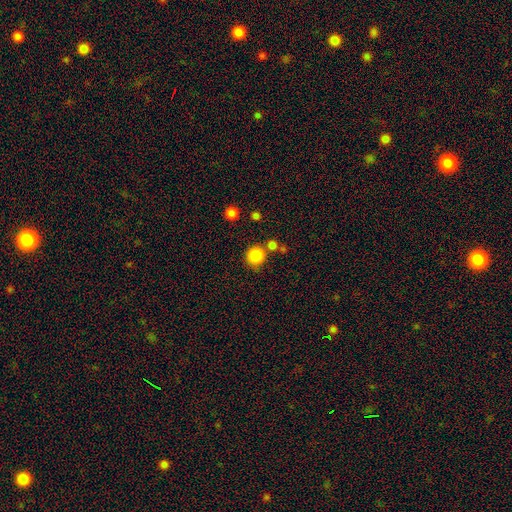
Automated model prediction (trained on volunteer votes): Smooth or featured? Predicted: smooth (p=0.85). How rounded? Predicted: round (p=0.92). Merging? Predicted: none (p=0.74).